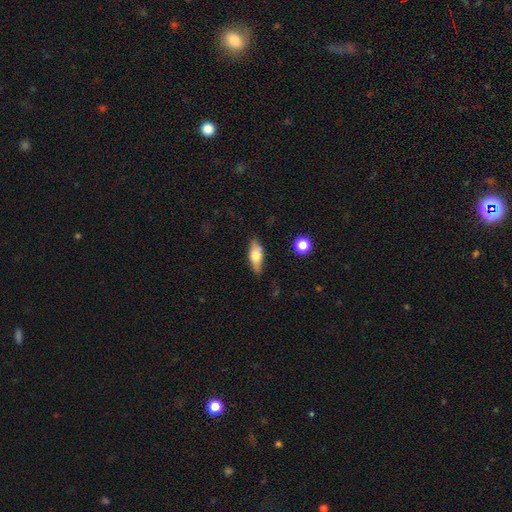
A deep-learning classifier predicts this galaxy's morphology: The model was most divided on "smooth or featured": smooth: 59%, featured or disk: 34%, star or artifact: 7%. More confident: merging — none (78%); how rounded — in between (71%).